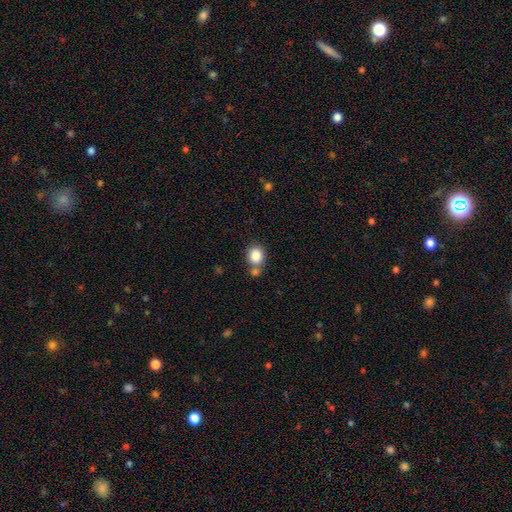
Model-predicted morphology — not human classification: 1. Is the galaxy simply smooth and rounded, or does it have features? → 85% smooth, 9% star or artifact, 5% featured or disk.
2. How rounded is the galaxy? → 67% round, 32% in between, 1% cigar-shaped.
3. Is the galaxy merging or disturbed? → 59% none, 26% merger, 11% minor disturbance, 4% major disturbance.